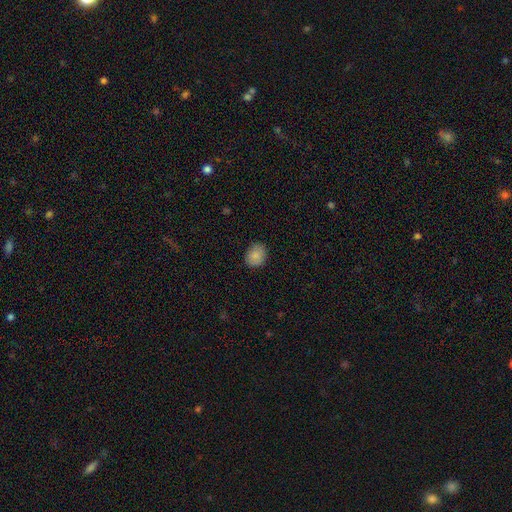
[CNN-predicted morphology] Overall: smooth (86%). How rounded: round (58%; in between 41%). Merging: none (86%).